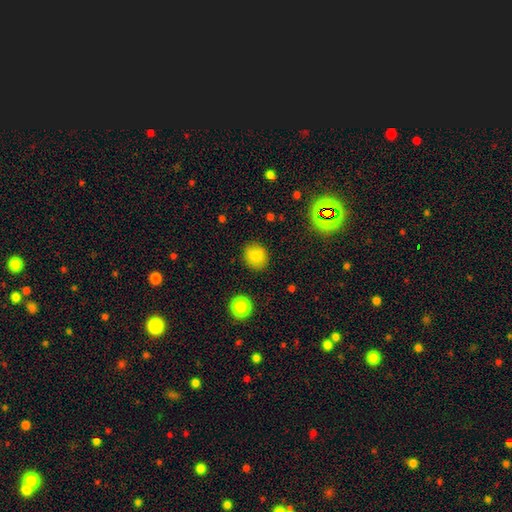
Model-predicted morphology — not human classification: smooth_or_featured: smooth (p=0.83) [alt: star or artifact p=0.12]
how_rounded: round (p=0.80) [alt: in between p=0.19]
merging: none (p=0.88) [alt: minor disturbance p=0.08]